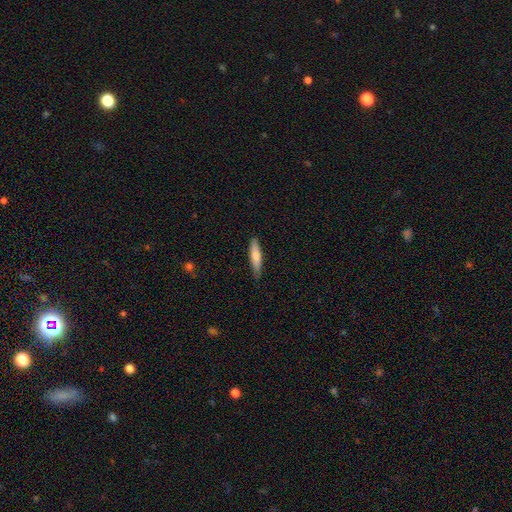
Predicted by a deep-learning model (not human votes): This appears to be a smooth galaxy with no disk features (72%) that is cigar-shaped (81%). Merging: none (83%).